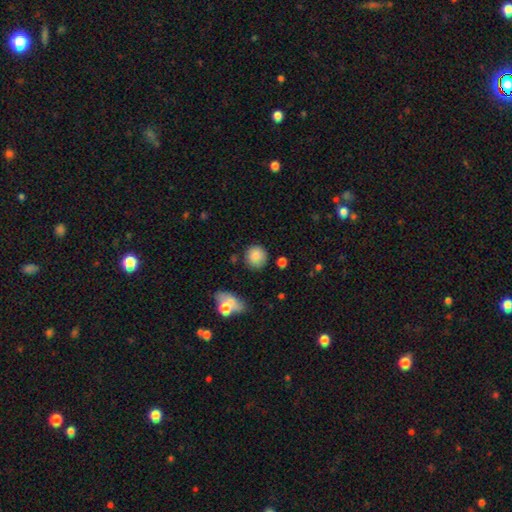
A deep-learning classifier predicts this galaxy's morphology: Smooth or featured: smooth — 85% (star or artifact — 9%)
How rounded: round — 89% (in between — 10%)
Merging: none — 81% (minor disturbance — 12%)